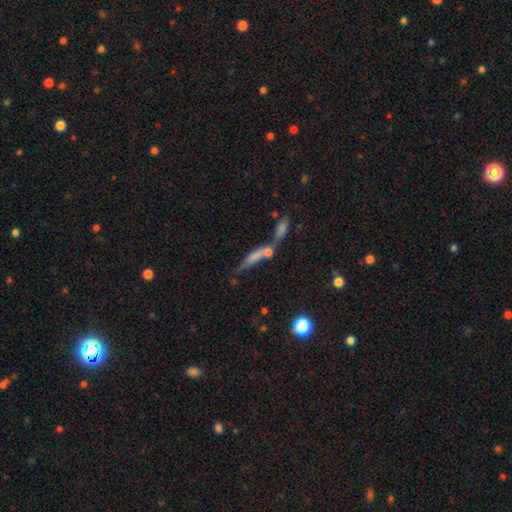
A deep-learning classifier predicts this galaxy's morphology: This appears to be a featured or disk galaxy (41%). Merging: none (45%).